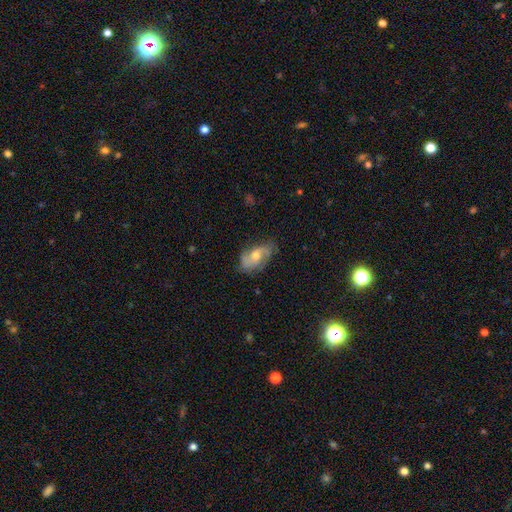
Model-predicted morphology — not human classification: The model was most divided on "spiral winding": loose: 43%, medium: 40%, tight: 17%. More confident: edge-on disk — no (94%); spiral arms — yes (88%); spiral arm count — 2 (76%); merging — none (69%); bulge size — moderate (67%); smooth or featured — featured or disk (65%); bar — no (64%).